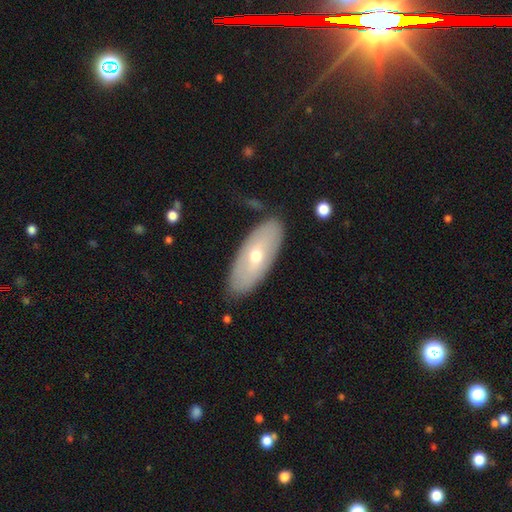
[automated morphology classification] Smooth or featured? Predicted: smooth (p=0.49). Merging? Predicted: none (p=0.84).